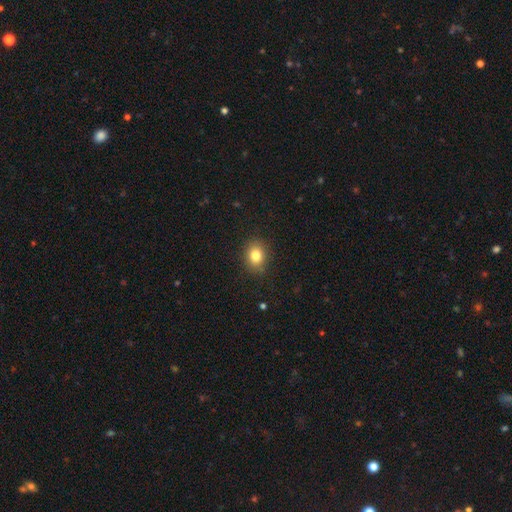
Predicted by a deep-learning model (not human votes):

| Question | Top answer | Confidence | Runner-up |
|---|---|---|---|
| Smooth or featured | smooth | 81% | star or artifact (11%) |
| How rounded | round | 53% | in between (46%) |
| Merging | none | 87% | minor disturbance (9%) |